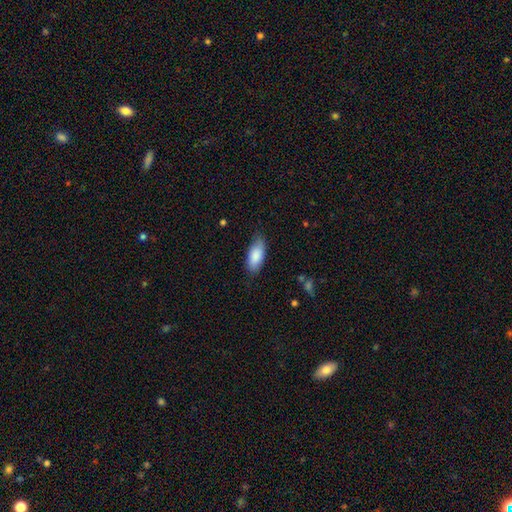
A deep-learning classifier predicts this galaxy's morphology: A smooth galaxy with no disk features (86%) that is in between round and cigar-shaped (86%).

Vote fractions:
- Smooth or featured? smooth: 86% / featured or disk: 8% / star or artifact: 6%
- How rounded? in between: 86% / cigar-shaped: 12% / round: 2%
- Merging? none: 75% / minor disturbance: 20% / major disturbance: 4% / merger: 1%